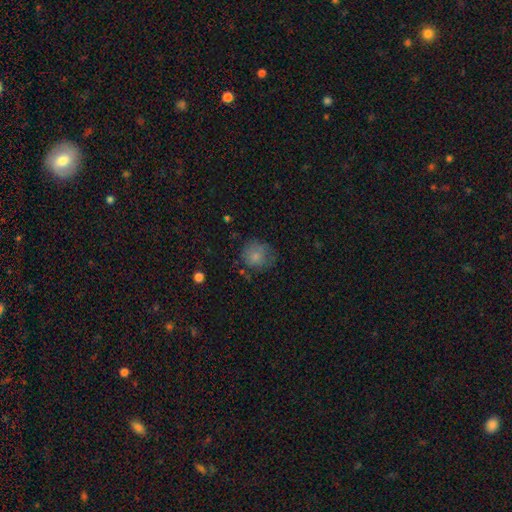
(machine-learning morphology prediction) Smooth or featured: smooth — 75% (featured or disk — 15%)
How rounded: round — 84% (in between — 15%)
Merging: none — 60% (minor disturbance — 25%)